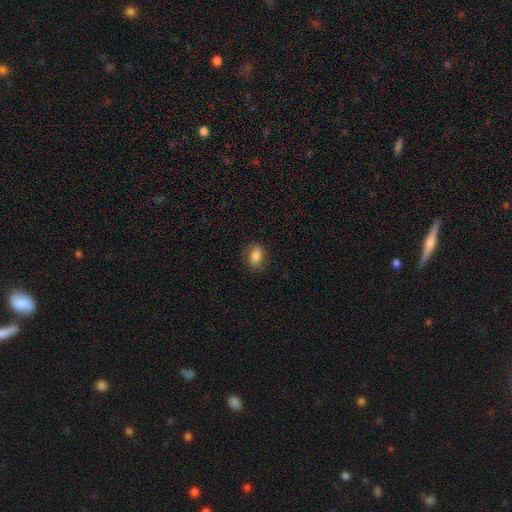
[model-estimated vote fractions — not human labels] A smooth galaxy with no disk features (84%) that is in between round and cigar-shaped (84%).

Vote fractions:
- Smooth or featured? smooth: 84% / star or artifact: 8% / featured or disk: 8%
- How rounded? in between: 84% / round: 13% / cigar-shaped: 3%
- Merging? none: 83% / minor disturbance: 13% / major disturbance: 3% / merger: 1%